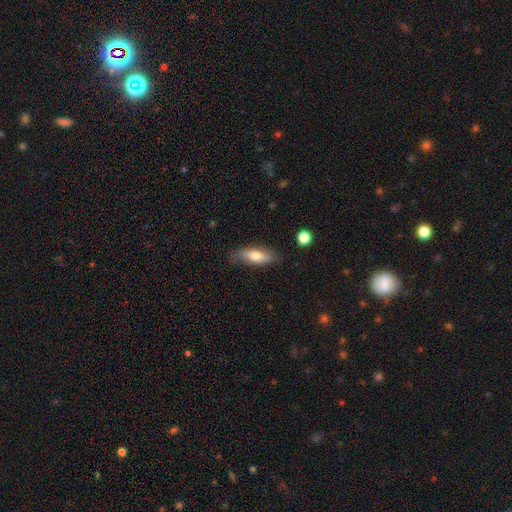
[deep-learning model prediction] This is likely a smooth galaxy (75%). How rounded: likely in between (64%). Merging: likely none (74%).